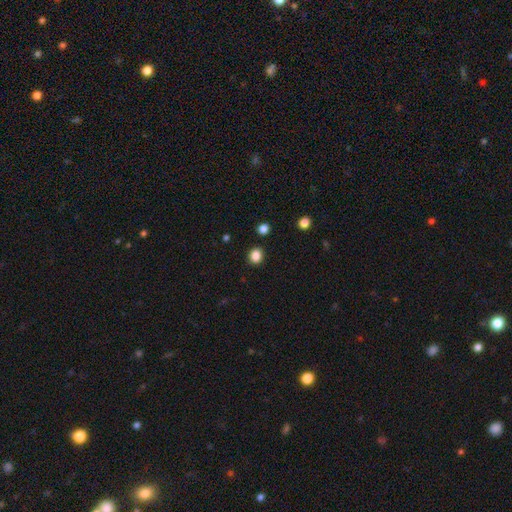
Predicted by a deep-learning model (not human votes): Overall: smooth (86%). How rounded: round (70%). Merging: none (88%).